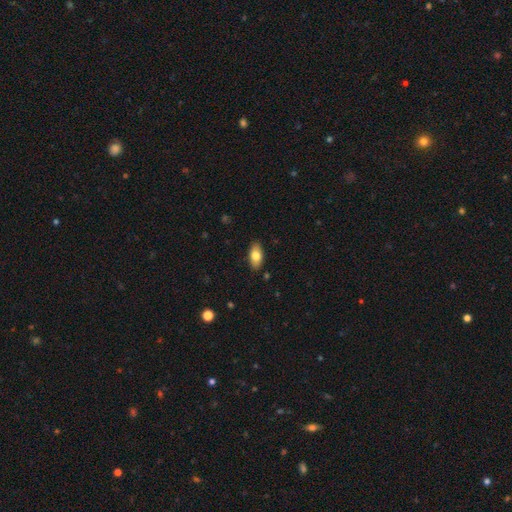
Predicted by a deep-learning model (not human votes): A smooth galaxy with no disk features (77%) that is in between round and cigar-shaped (90%). Merging: none (87%).